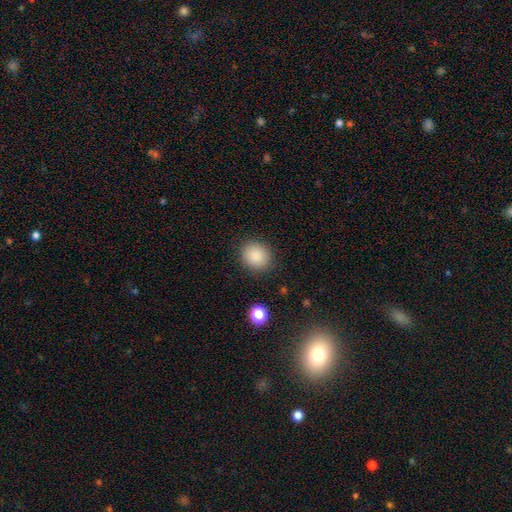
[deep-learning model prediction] Overall: smooth (87%). How rounded: round (71%). Merging: none (87%).